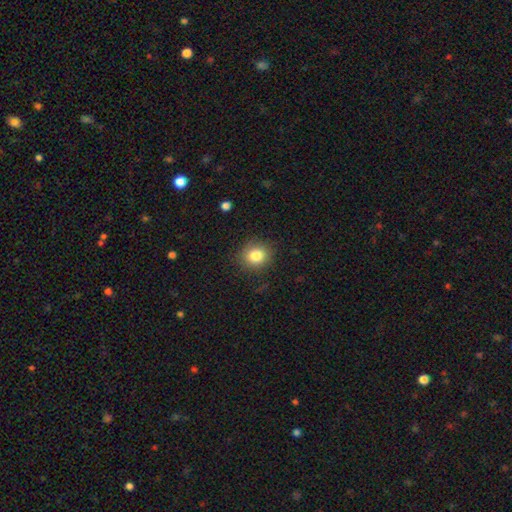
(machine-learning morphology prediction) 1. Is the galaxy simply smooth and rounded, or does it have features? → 83% smooth, 10% star or artifact, 7% featured or disk.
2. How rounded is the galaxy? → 78% round, 21% in between, 1% cigar-shaped.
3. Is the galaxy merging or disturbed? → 85% none, 11% minor disturbance, 3% major disturbance, 1% merger.